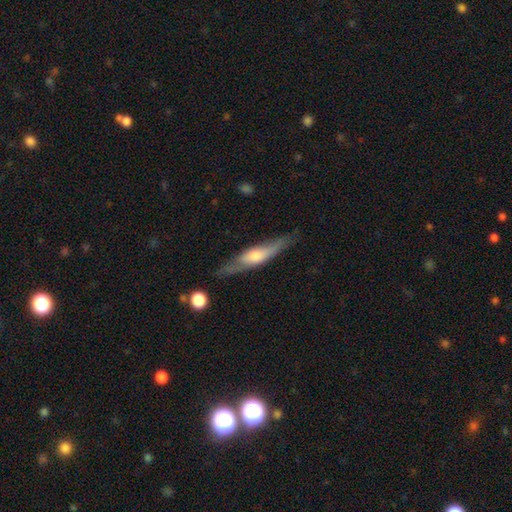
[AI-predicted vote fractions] Smooth or featured?
  - featured or disk: 57% *
  - smooth: 37%
  - star or artifact: 6%
Edge-on disk?
  - yes: 85% *
  - no: 15%
Merging?
  - none: 76% *
  - minor disturbance: 17%
  - major disturbance: 5%
  - merger: 2%